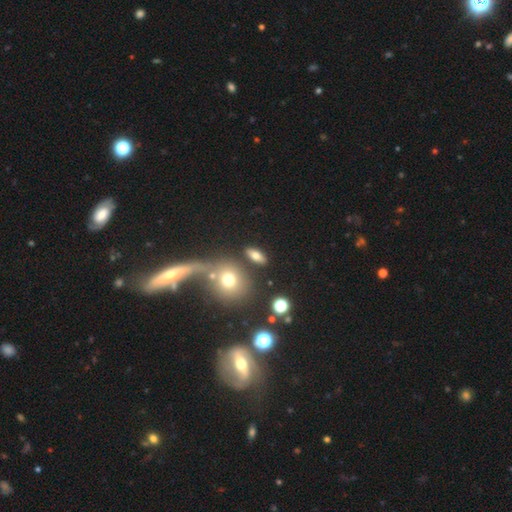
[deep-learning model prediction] Q: Smooth or featured?
A: smooth (70%); runner-up: featured or disk (19%)
Q: How rounded?
A: in between (71%); runner-up: cigar-shaped (17%)
Q: Merging?
A: none (77%); runner-up: minor disturbance (10%)